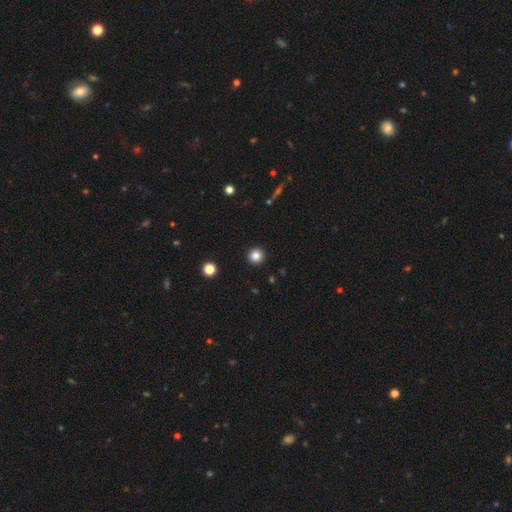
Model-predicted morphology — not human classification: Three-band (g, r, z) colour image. It shows a smooth galaxy with no disk features (84%) that is round (95%). Merging: none (93%).